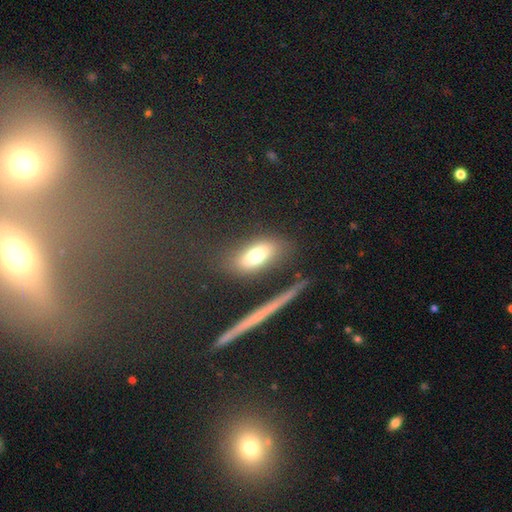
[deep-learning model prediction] smooth_or_featured: smooth (p=0.72) [alt: featured or disk p=0.18]
how_rounded: in between (p=0.78) [alt: cigar-shaped p=0.14]
merging: none (p=0.76) [alt: minor disturbance p=0.13]